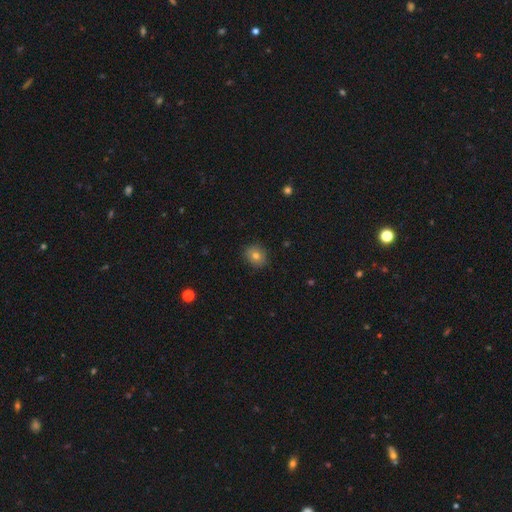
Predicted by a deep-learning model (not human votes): Overall: smooth (77%). How rounded: round (73%). Merging: none (87%).